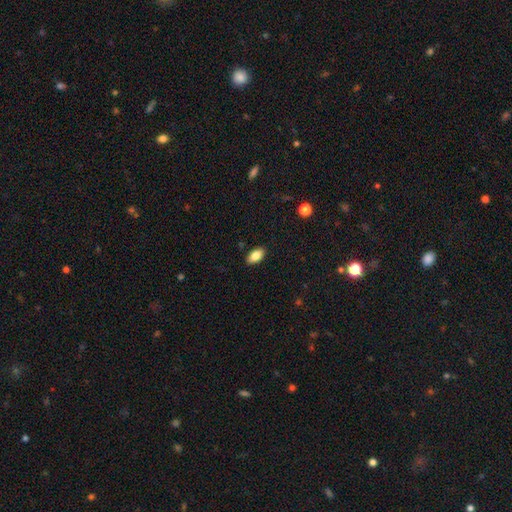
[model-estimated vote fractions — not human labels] Morphology: type=smooth (85%); roundness=in between (92%); merging=none (89%).